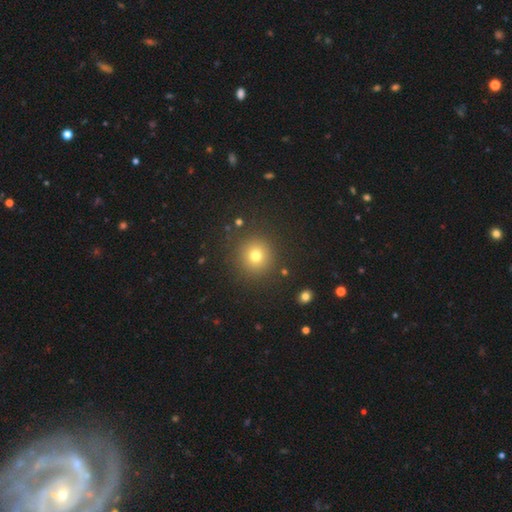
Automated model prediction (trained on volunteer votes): smooth-or-featured: smooth: 74% | star or artifact: 17% | featured or disk: 8%
  how-rounded: round: 94% | in between: 5% | cigar-shaped: 1%
  merging: none: 89% | minor disturbance: 6% | major disturbance: 3% | merger: 2%